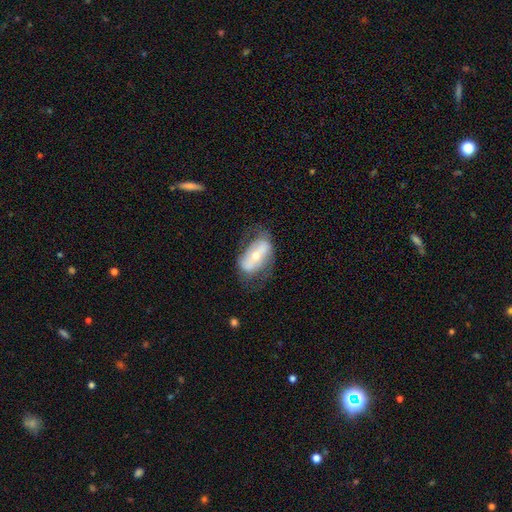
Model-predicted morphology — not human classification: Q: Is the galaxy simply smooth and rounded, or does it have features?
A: featured or disk — 61%.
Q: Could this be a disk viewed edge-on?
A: no — 90%.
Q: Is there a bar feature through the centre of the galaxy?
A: strong — 40%.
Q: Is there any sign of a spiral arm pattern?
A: yes — 51%.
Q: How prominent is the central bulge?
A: moderate — 56%.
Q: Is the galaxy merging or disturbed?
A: none — 58%.